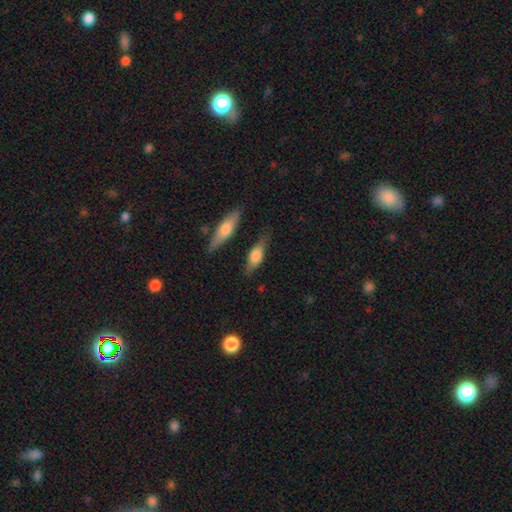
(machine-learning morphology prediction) type=smooth (58%); roundness=in between (55%); merging=none (74%).